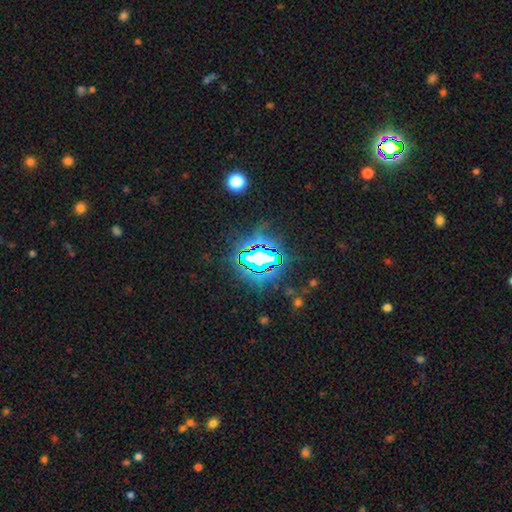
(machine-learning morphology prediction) The model was most divided on "smooth or featured": star or artifact: 76%, smooth: 13%, featured or disk: 11%.